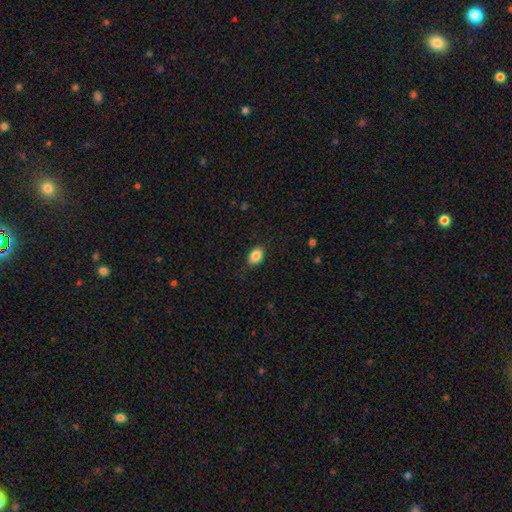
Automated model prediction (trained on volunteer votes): Smooth or featured?
  - smooth: 86% *
  - star or artifact: 8%
  - featured or disk: 6%
How rounded?
  - in between: 80% *
  - round: 19%
  - cigar-shaped: 1%
Merging?
  - none: 81% *
  - minor disturbance: 15%
  - major disturbance: 4%
  - merger: 1%